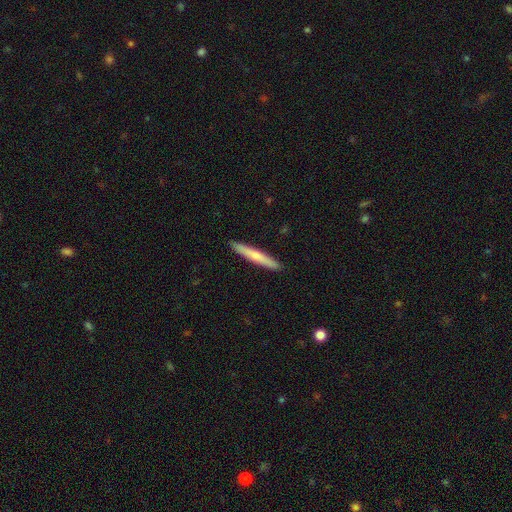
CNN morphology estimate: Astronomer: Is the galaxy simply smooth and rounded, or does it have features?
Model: smooth — 61%.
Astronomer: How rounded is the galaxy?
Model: cigar-shaped — 96%.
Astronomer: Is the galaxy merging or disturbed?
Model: none — 92%.